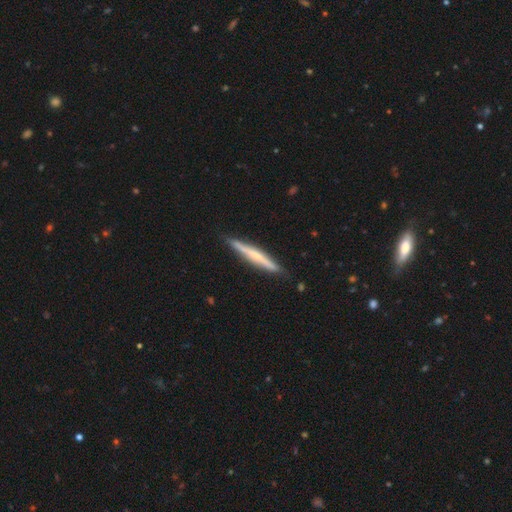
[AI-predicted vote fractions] A featured or disk galaxy (59%) viewed edge-on (97%) with a rounded central bulge (54%). Merging: none (87%).